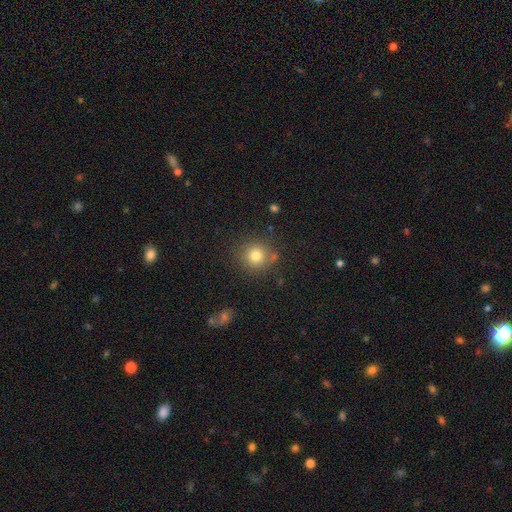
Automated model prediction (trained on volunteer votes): This is likely a smooth galaxy (78%). How rounded: clearly round (92%). Merging: clearly none (81%).